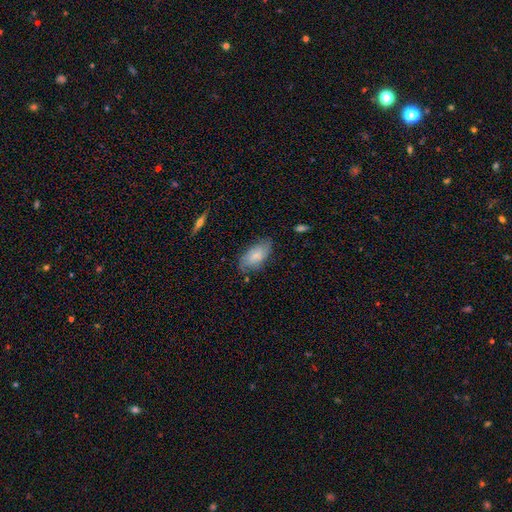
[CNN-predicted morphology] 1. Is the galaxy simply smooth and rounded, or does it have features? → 65% smooth, 28% featured or disk, 7% star or artifact.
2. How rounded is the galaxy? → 92% in between, 5% cigar-shaped, 3% round.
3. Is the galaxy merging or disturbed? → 70% none, 23% minor disturbance, 5% major disturbance, 2% merger.